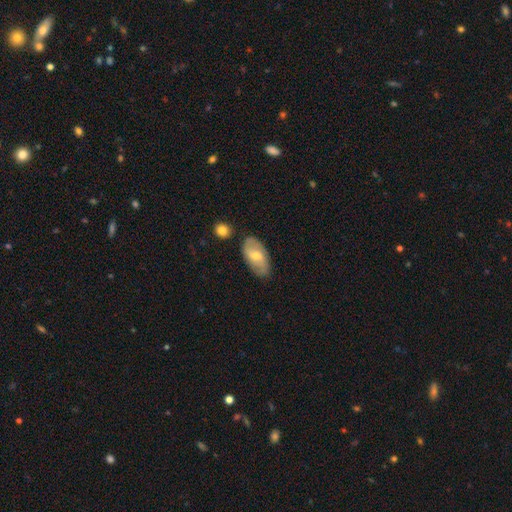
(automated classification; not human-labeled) smooth 52%, featured or disk 42%, star or artifact 6%. Down the decision tree: how rounded — in between (93%); merging — none (78%).